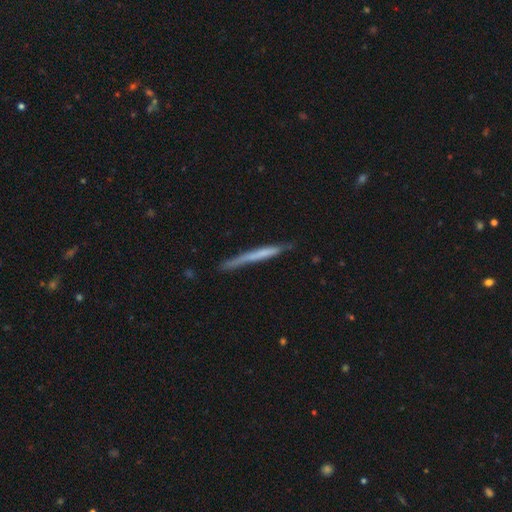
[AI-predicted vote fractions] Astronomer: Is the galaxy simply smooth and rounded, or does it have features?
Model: smooth — 49% (runner-up: featured or disk, 44%).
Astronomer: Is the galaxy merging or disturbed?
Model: none — 79%.